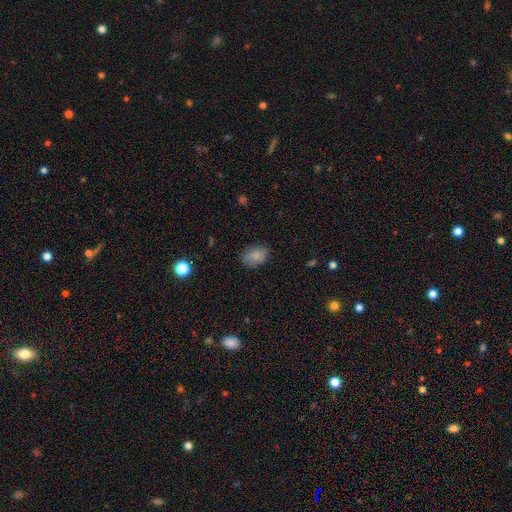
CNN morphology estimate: Smooth or featured? Predicted: smooth (p=0.85). How rounded? Predicted: in between (p=0.84). Merging? Predicted: none (p=0.79).